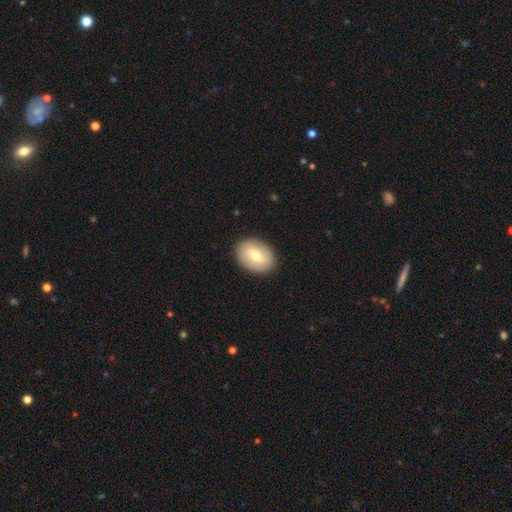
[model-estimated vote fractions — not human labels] A smooth galaxy with no disk features (65%) that is in between round and cigar-shaped (71%).

Vote fractions:
- Smooth or featured? smooth: 65% / featured or disk: 29% / star or artifact: 6%
- How rounded? in between: 71% / round: 27% / cigar-shaped: 1%
- Merging? none: 88% / minor disturbance: 9% / major disturbance: 2% / merger: 1%